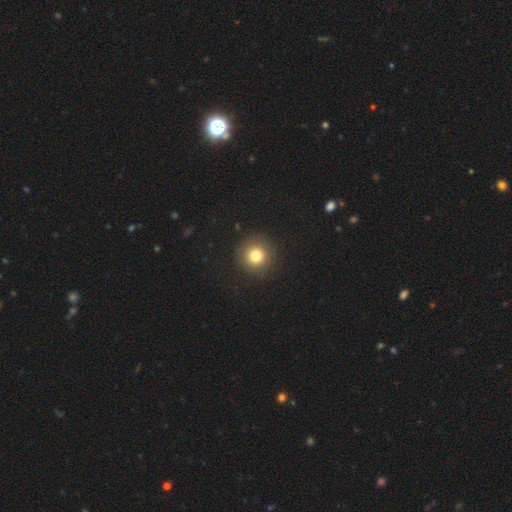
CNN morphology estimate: Smooth or featured? smooth (81%)
How rounded? round (94%)
Merging? none (91%)